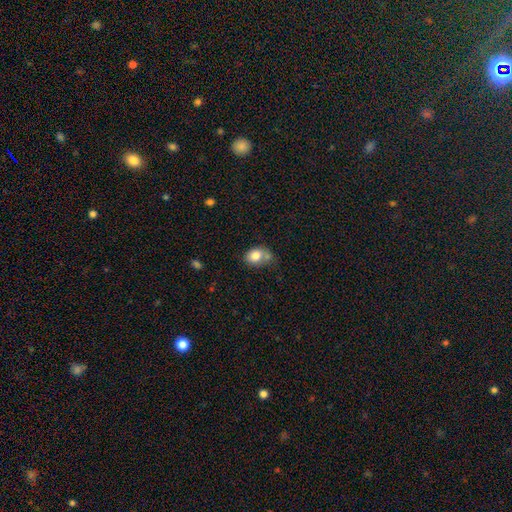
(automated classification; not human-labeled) smooth_or_featured: smooth (p=0.79) [alt: featured or disk p=0.12]
how_rounded: in between (p=0.58) [alt: round p=0.41]
merging: none (p=0.44) [alt: merger p=0.27]